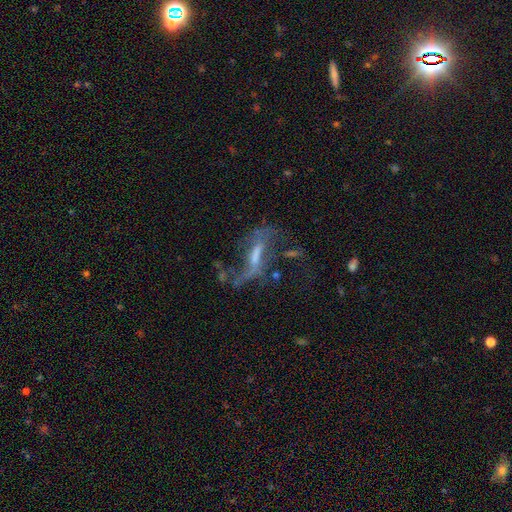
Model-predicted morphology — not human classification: A featured or disk galaxy (71%) with a strong bar (40%), spiral arms (70%) and a small central bulge (33%). Merging: none (39%).